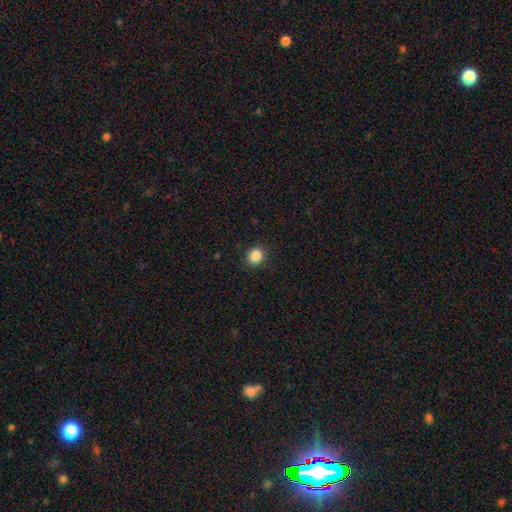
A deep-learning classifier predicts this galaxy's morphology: This appears to be a smooth galaxy with no disk features (87%) that is round (77%). Merging: none (90%).